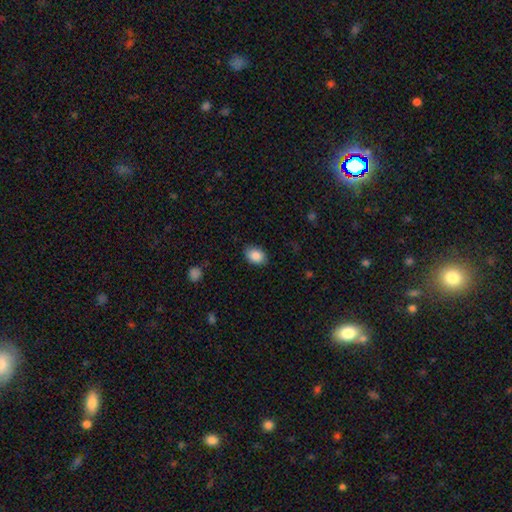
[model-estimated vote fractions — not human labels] This appears to be a smooth galaxy with no disk features (88%) that is in between round and cigar-shaped (79%). Merging: none (84%).